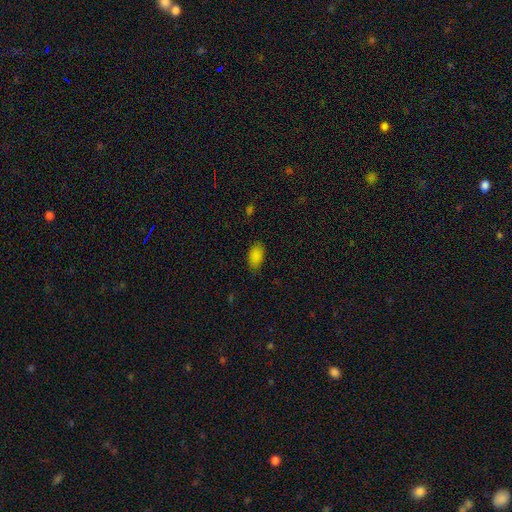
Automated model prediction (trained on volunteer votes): smooth 86%, star or artifact 11%, featured or disk 4%. Down the decision tree: how rounded — in between (93%); merging — none (79%).